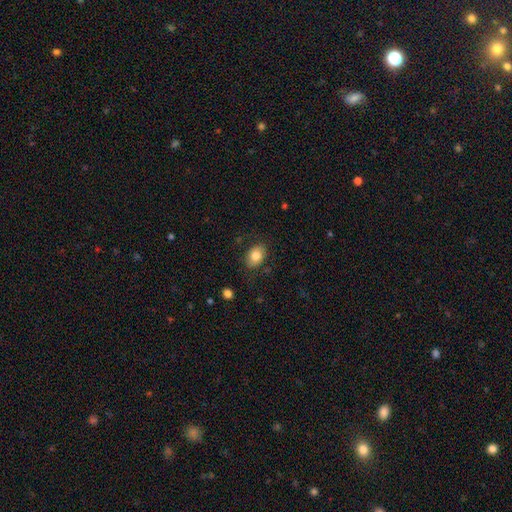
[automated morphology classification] smooth 80%, featured or disk 12%, star or artifact 8%. Down the decision tree: how rounded — in between (75%); merging — none (82%).